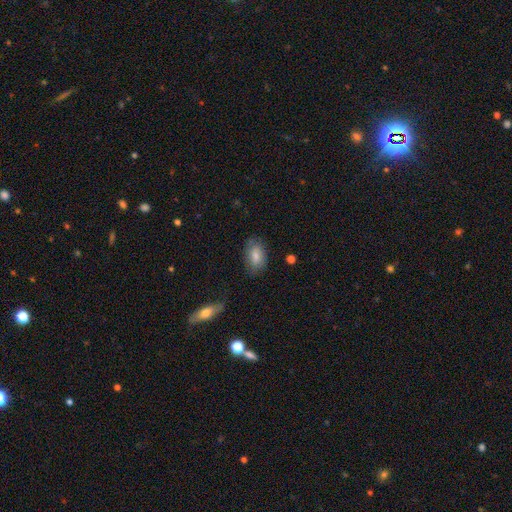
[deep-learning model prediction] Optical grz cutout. It shows a smooth galaxy with no disk features (79%) that is in between round and cigar-shaped (90%). Merging: none (76%).